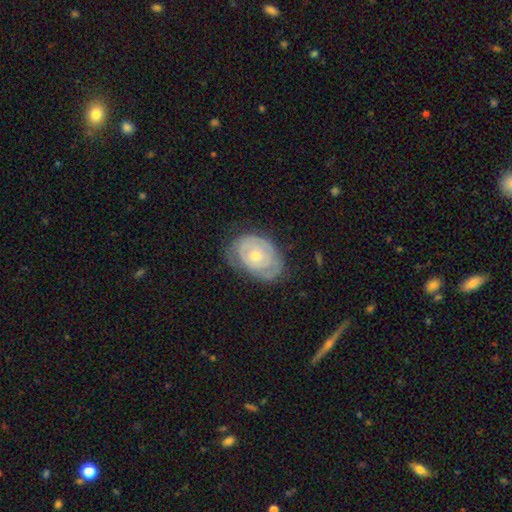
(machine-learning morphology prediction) Smooth or featured?
  - featured or disk: 65% *
  - smooth: 28%
  - star or artifact: 6%
Edge-on disk?
  - no: 95% *
  - yes: 5%
Bar?
  - no: 85% *
  - weak: 12%
  - strong: 3%
Spiral arms?
  - yes: 63% *
  - no: 37%
Bulge size?
  - small: 54% *
  - moderate: 42%
  - large: 2%
  - none: 1%
  - dominant: 1%
Merging?
  - none: 66% *
  - minor disturbance: 24%
  - major disturbance: 9%
  - merger: 1%